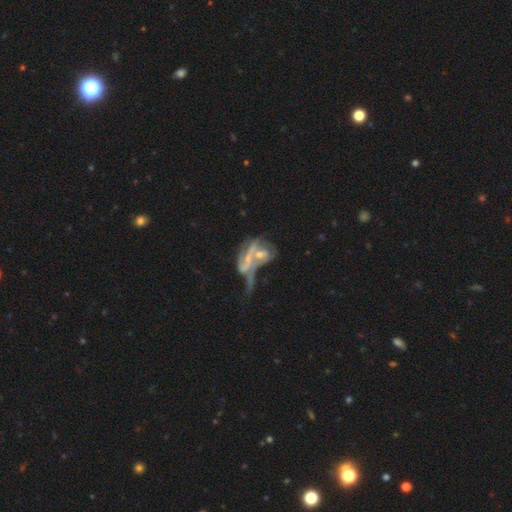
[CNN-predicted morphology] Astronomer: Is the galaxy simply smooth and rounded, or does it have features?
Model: featured or disk — 71%.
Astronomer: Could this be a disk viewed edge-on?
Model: no — 92%.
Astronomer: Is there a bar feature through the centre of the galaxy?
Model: no — 53% (runner-up: weak, 31%).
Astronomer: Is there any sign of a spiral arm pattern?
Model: yes — 64%.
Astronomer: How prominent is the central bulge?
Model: small — 47% (runner-up: moderate, 31%).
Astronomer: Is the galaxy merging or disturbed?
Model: merger — 63%.